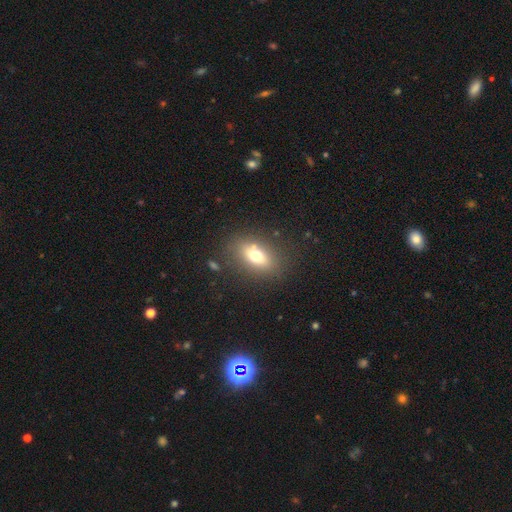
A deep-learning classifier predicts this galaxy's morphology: A smooth galaxy with no disk features (68%) that is in between round and cigar-shaped (78%). Merging: none (79%).